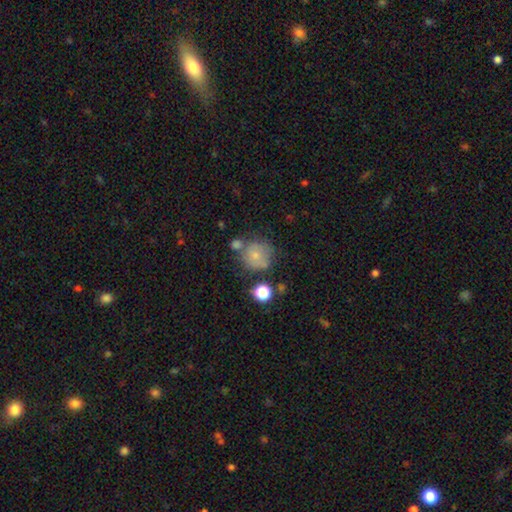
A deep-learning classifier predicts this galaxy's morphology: type=smooth (67%); roundness=round (88%); merging=none (54%).